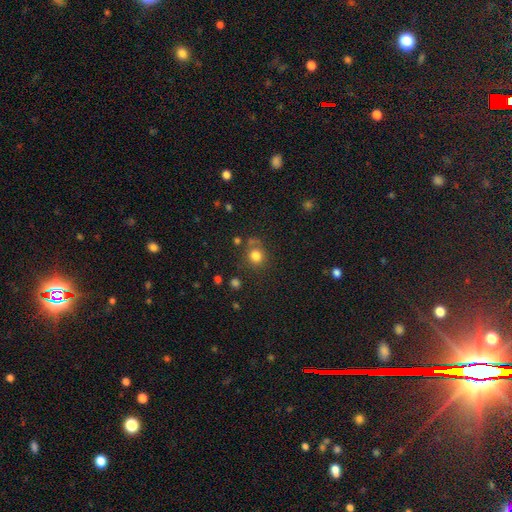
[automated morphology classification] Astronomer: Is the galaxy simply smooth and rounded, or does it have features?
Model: smooth — 79%.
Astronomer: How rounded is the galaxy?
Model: round — 84%.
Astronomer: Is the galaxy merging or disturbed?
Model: none — 70%.